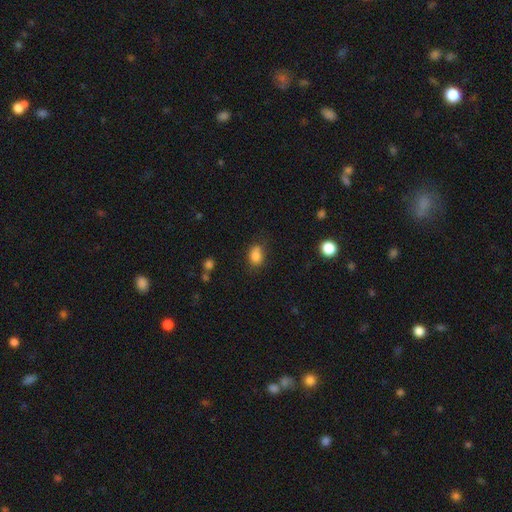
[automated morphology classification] Smooth or featured? Predicted: smooth (p=0.82). How rounded? Predicted: in between (p=0.63). Merging? Predicted: none (p=0.60).